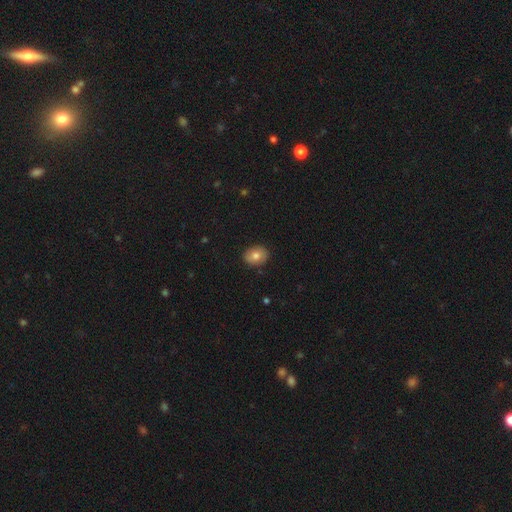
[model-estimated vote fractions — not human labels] Smooth or featured?
  - smooth: 77% *
  - featured or disk: 15%
  - star or artifact: 8%
How rounded?
  - in between: 53% *
  - round: 46%
  - cigar-shaped: 1%
Merging?
  - none: 88% *
  - minor disturbance: 9%
  - major disturbance: 2%
  - merger: 1%